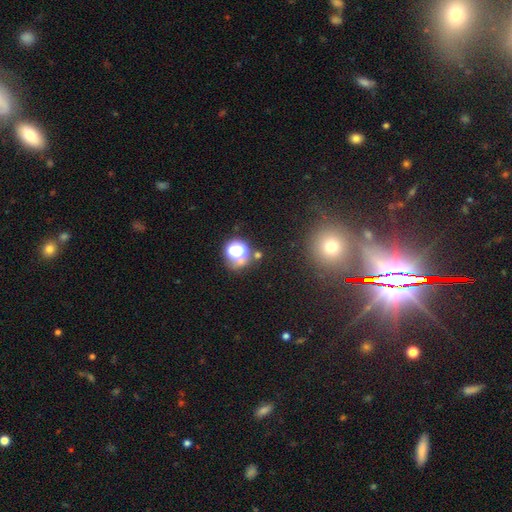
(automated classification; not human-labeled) This appears to be a star or artifact, not a galaxy (66%).